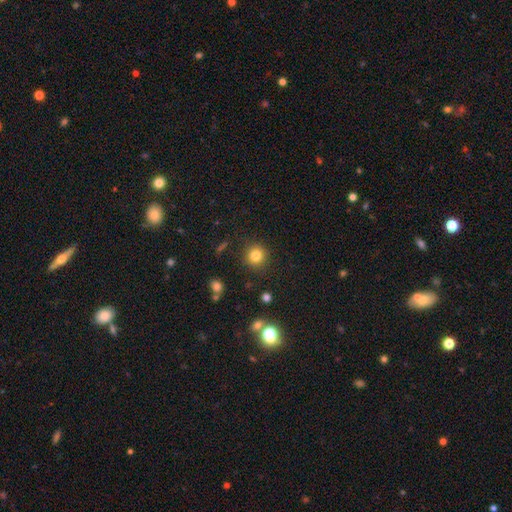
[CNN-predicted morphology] A smooth galaxy with no disk features (81%) that is round (91%).

Vote fractions:
- Smooth or featured? smooth: 81% / star or artifact: 12% / featured or disk: 6%
- How rounded? round: 91% / in between: 8% / cigar-shaped: 1%
- Merging? none: 88% / minor disturbance: 7% / major disturbance: 3% / merger: 2%